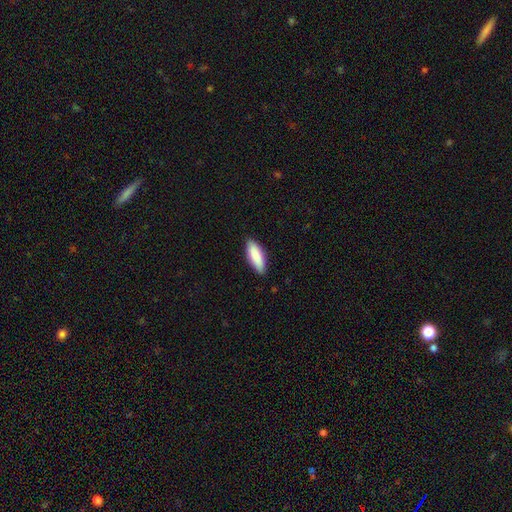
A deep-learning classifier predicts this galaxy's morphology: Smooth or featured?
  - smooth: 88% *
  - featured or disk: 7%
  - star or artifact: 5%
How rounded?
  - in between: 66% *
  - cigar-shaped: 32%
  - round: 2%
Merging?
  - none: 86% *
  - minor disturbance: 11%
  - major disturbance: 2%
  - merger: 1%